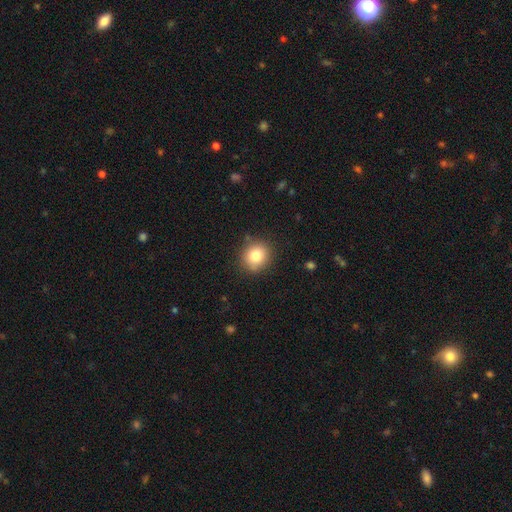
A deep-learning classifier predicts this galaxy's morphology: This is clearly a smooth galaxy (81%). How rounded: clearly round (83%). Merging: clearly none (87%).